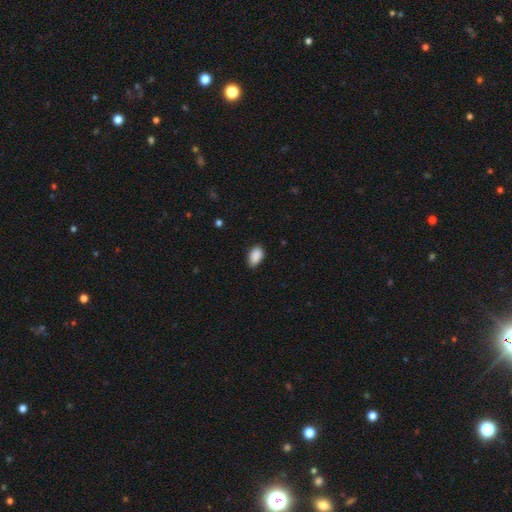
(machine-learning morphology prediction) Q: Smooth or featured?
A: smooth (89%); runner-up: star or artifact (7%)
Q: How rounded?
A: in between (92%); runner-up: round (6%)
Q: Merging?
A: none (77%); runner-up: minor disturbance (19%)